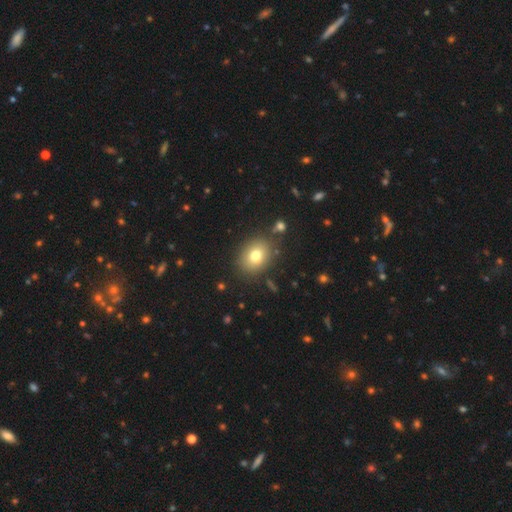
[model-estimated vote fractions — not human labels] The model was most divided on "how rounded": in between: 52%, round: 47%, cigar-shaped: 1%. More confident: merging — none (84%); smooth or featured — smooth (77%).